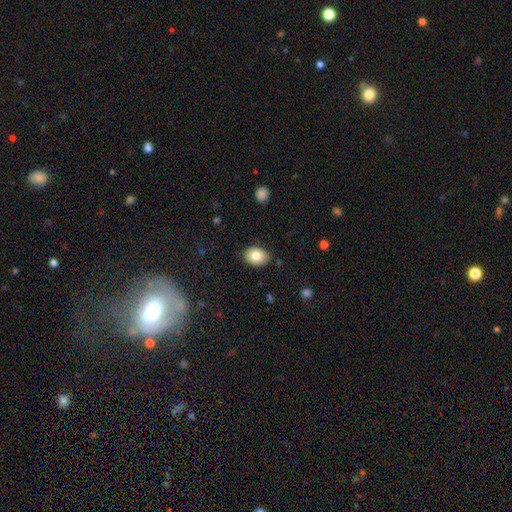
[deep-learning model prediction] Q: Smooth or featured?
A: smooth (80%); runner-up: featured or disk (12%)
Q: How rounded?
A: in between (70%); runner-up: round (29%)
Q: Merging?
A: none (85%); runner-up: minor disturbance (12%)